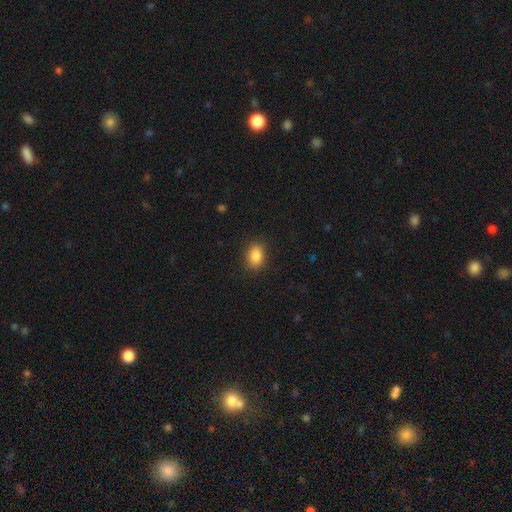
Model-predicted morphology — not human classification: A smooth galaxy with no disk features (87%) that is in between round and cigar-shaped (78%). Merging: none (87%).